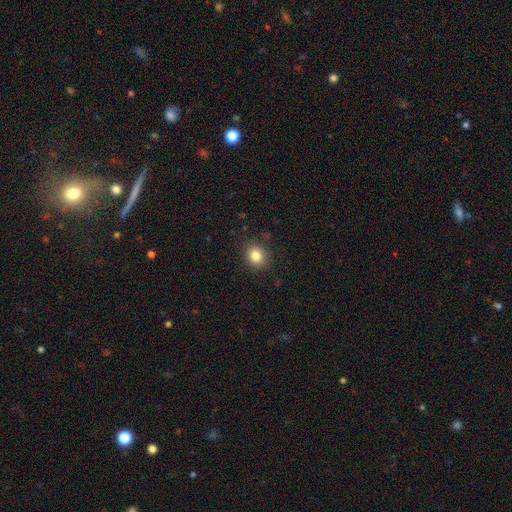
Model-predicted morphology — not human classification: The model was most divided on "how rounded": round: 78%, in between: 21%, cigar-shaped: 1%. More confident: merging — none (88%); smooth or featured — smooth (83%).